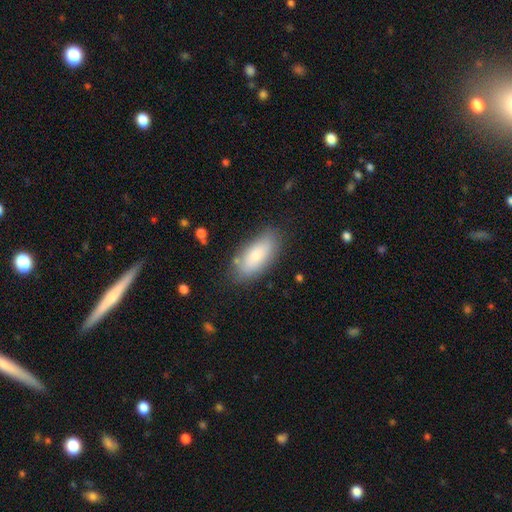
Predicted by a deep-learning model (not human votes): smooth-or-featured: smooth: 76% | featured or disk: 17% | star or artifact: 7%
  how-rounded: in between: 85% | cigar-shaped: 13% | round: 2%
  merging: none: 77% | minor disturbance: 16% | major disturbance: 4% | merger: 3%